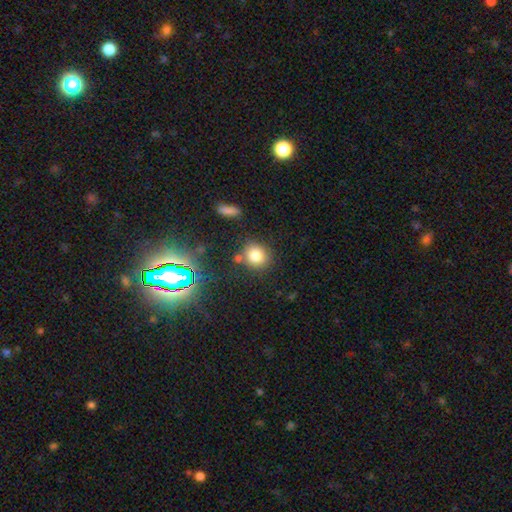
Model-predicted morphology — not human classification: Q: Smooth or featured?
A: smooth (79%); runner-up: star or artifact (14%)
Q: How rounded?
A: round (79%); runner-up: in between (20%)
Q: Merging?
A: none (74%); runner-up: minor disturbance (12%)